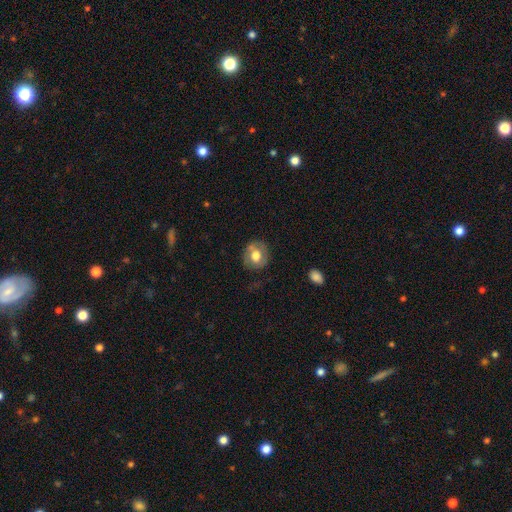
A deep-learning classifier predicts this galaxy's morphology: Smooth or featured? Predicted: smooth (p=0.62). How rounded? Predicted: round (p=0.77). Merging? Predicted: none (p=0.74).